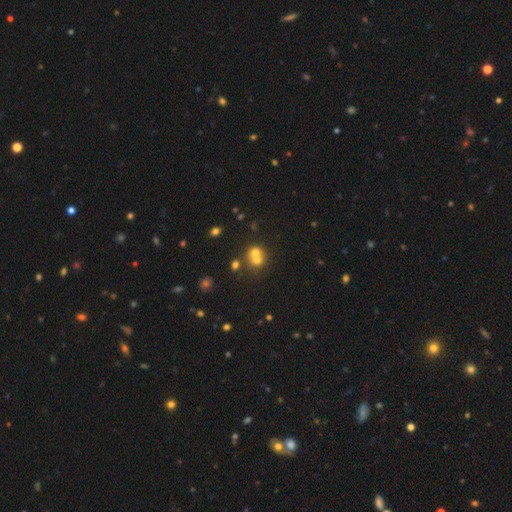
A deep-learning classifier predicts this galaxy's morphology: Smooth or featured?
  - smooth: 63% *
  - featured or disk: 21%
  - star or artifact: 16%
How rounded?
  - round: 80% *
  - in between: 20%
  - cigar-shaped: 1%
Merging?
  - merger: 61% *
  - none: 31%
  - minor disturbance: 5%
  - major disturbance: 3%